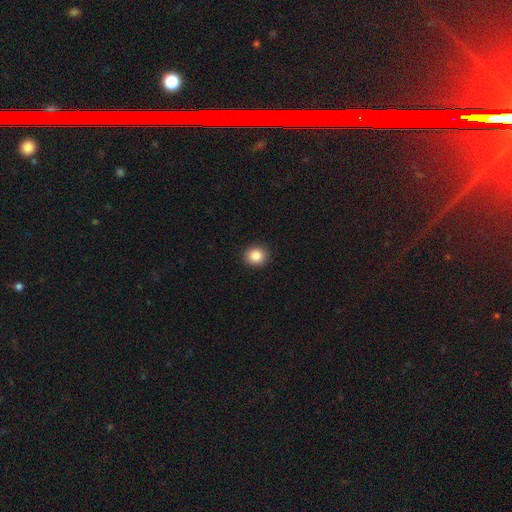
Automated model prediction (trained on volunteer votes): Q: Smooth or featured?
A: smooth (87%); runner-up: star or artifact (9%)
Q: How rounded?
A: round (81%); runner-up: in between (18%)
Q: Merging?
A: none (91%); runner-up: minor disturbance (6%)